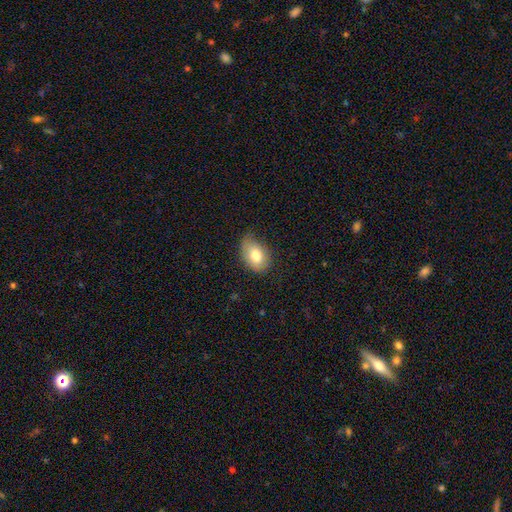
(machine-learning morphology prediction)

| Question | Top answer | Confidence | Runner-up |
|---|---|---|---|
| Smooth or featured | smooth | 78% | featured or disk (14%) |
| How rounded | in between | 82% | round (17%) |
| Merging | none | 62% | minor disturbance (31%) |